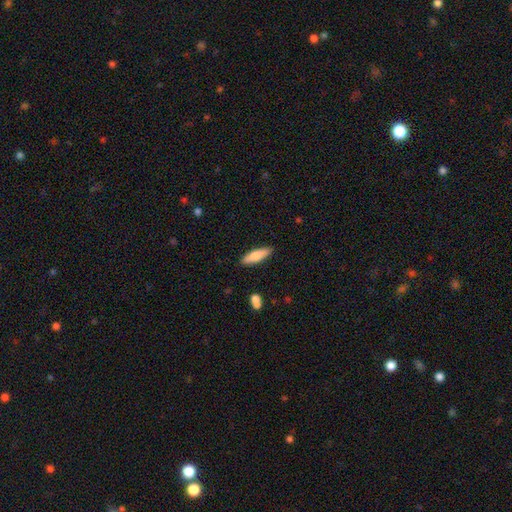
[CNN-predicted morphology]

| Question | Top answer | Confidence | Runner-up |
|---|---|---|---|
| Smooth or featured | smooth | 75% | featured or disk (20%) |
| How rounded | cigar-shaped | 63% | in between (35%) |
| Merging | none | 88% | minor disturbance (8%) |